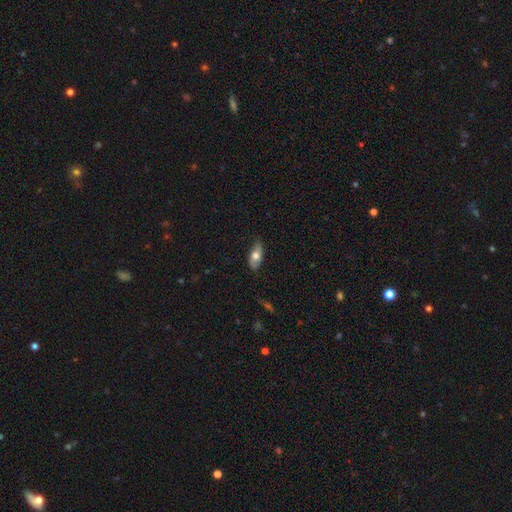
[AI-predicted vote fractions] The model was most divided on "smooth or featured": smooth: 58%, featured or disk: 36%, star or artifact: 6%. More confident: how rounded — in between (82%); merging — none (78%).